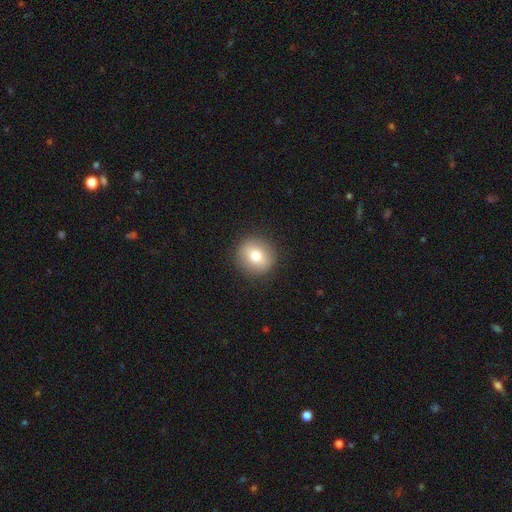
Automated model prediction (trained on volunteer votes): Smooth or featured? Predicted: smooth (p=0.76). How rounded? Predicted: round (p=0.87). Merging? Predicted: none (p=0.90).